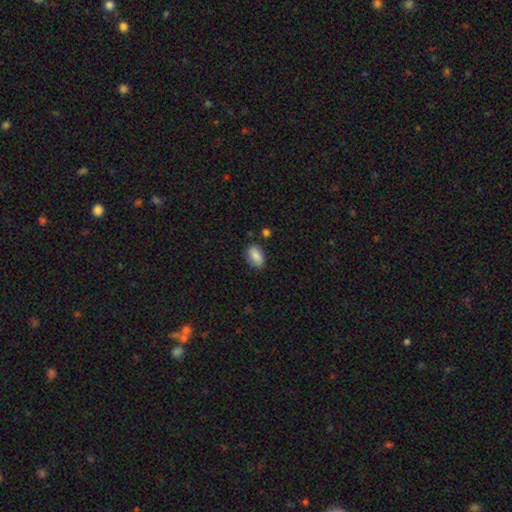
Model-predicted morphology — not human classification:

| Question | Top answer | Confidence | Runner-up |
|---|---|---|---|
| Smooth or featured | smooth | 85% | featured or disk (8%) |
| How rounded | in between | 89% | round (9%) |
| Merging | none | 80% | minor disturbance (14%) |